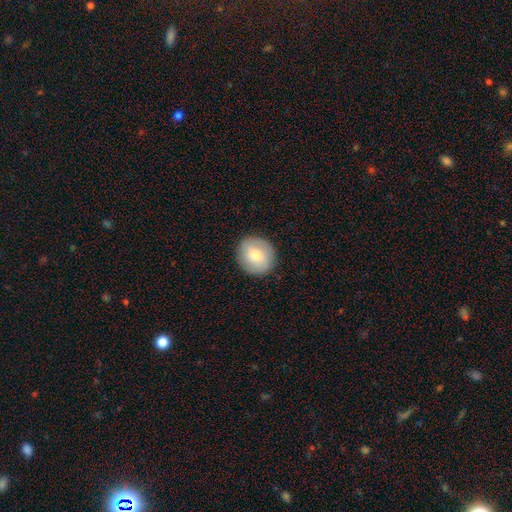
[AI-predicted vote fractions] smooth 74%, featured or disk 19%, star or artifact 7%. Down the decision tree: how rounded — round (85%); merging — none (89%).